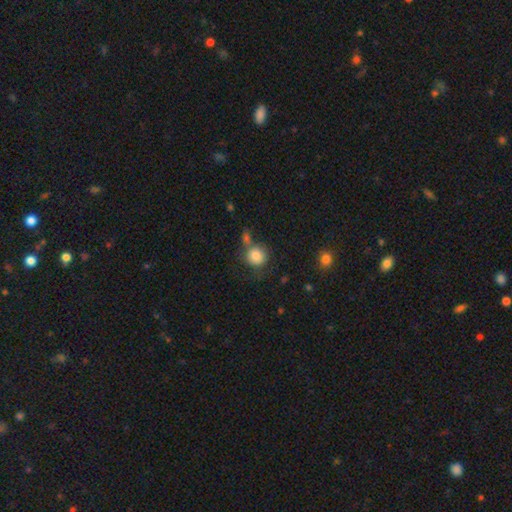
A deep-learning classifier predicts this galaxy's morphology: smooth-or-featured: smooth: 83% | star or artifact: 9% | featured or disk: 8%
  how-rounded: round: 88% | in between: 11% | cigar-shaped: 1%
  merging: none: 53% | merger: 23% | minor disturbance: 16% | major disturbance: 8%